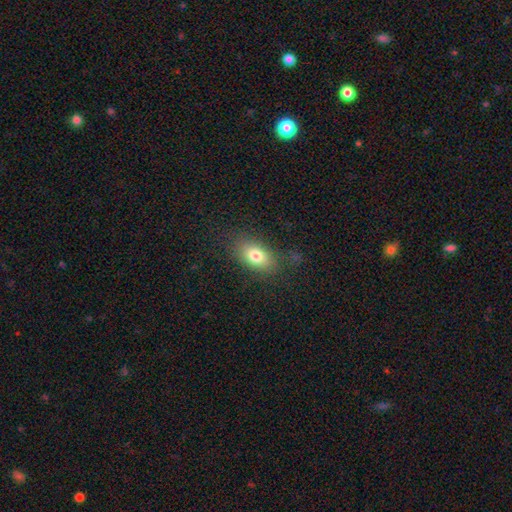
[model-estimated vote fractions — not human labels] Q: Smooth or featured?
A: smooth (78%); runner-up: featured or disk (12%)
Q: How rounded?
A: in between (87%); runner-up: round (10%)
Q: Merging?
A: none (80%); runner-up: minor disturbance (13%)